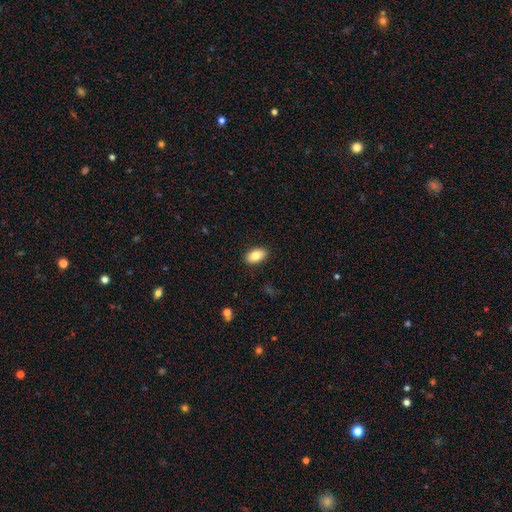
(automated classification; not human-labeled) A smooth galaxy with no disk features (82%) that is in between round and cigar-shaped (92%).

Vote fractions:
- Smooth or featured? smooth: 82% / featured or disk: 11% / star or artifact: 7%
- How rounded? in between: 92% / round: 6% / cigar-shaped: 2%
- Merging? none: 89% / minor disturbance: 8% / major disturbance: 2% / merger: 1%